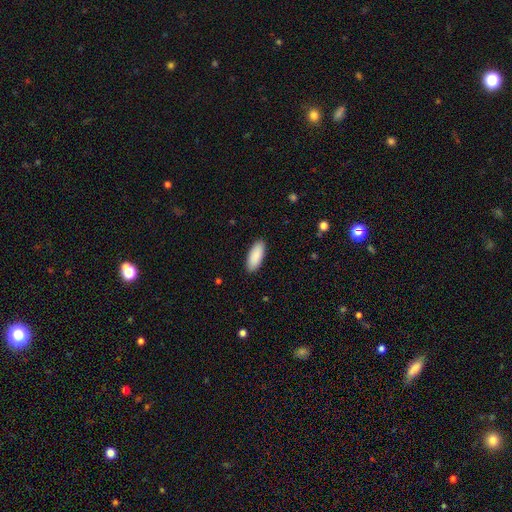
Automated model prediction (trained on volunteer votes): This is clearly a smooth galaxy (90%). How rounded: clearly in between (80%). Merging: clearly none (90%).